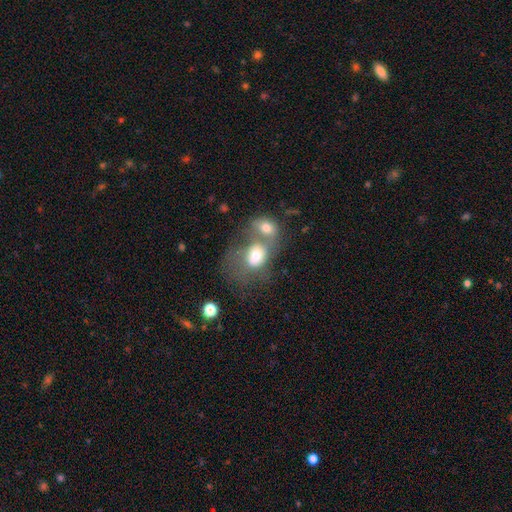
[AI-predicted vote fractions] Smooth or featured? smooth (66%)
How rounded? in between (60%)
Merging? merger (68%)